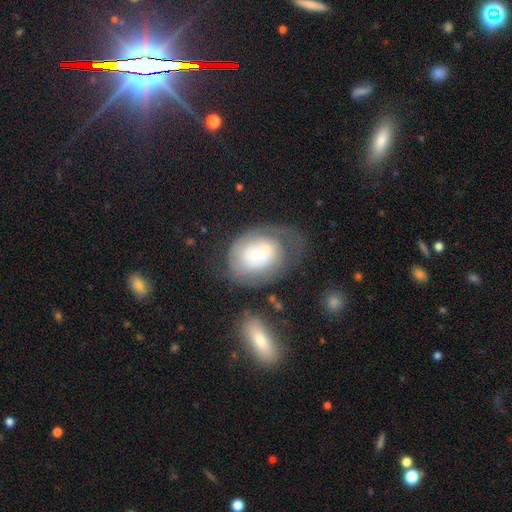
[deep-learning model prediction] featured or disk 57%, smooth 35%, star or artifact 8%. Down the decision tree: edge-on disk — no (97%); bar — no (84%); spiral arms — yes (64%); bulge size — small (54%); merging — none (40%).